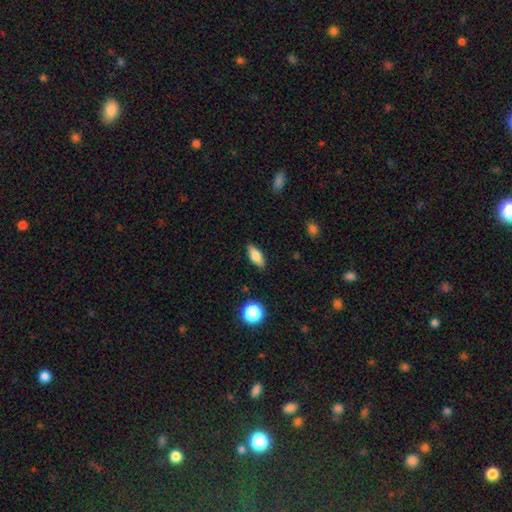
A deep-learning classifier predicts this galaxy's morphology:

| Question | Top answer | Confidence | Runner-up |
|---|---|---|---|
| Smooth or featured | smooth | 68% | featured or disk (23%) |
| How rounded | in between | 69% | cigar-shaped (26%) |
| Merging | none | 86% | minor disturbance (10%) |